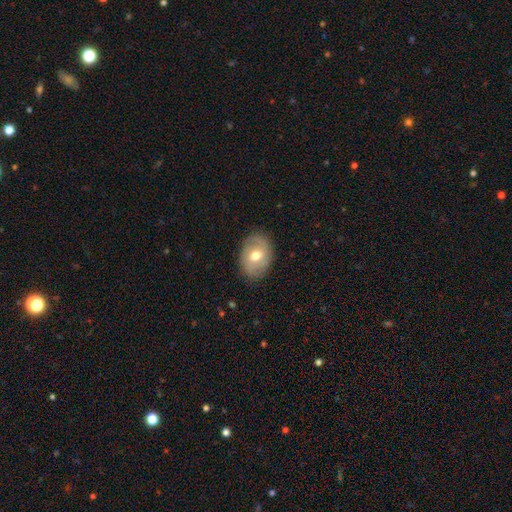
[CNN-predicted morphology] type=smooth (52%); roundness=in between (68%); merging=none (82%).